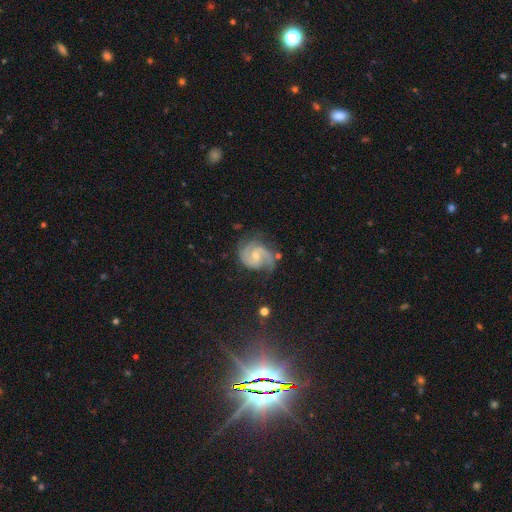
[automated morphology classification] type=featured or disk (88%); edge-on=no (98%); bar=no (48%); spiral arms=yes (98%); winding=medium (51%); arm count=2 (82%); bulge=small (56%); merging=none (66%).